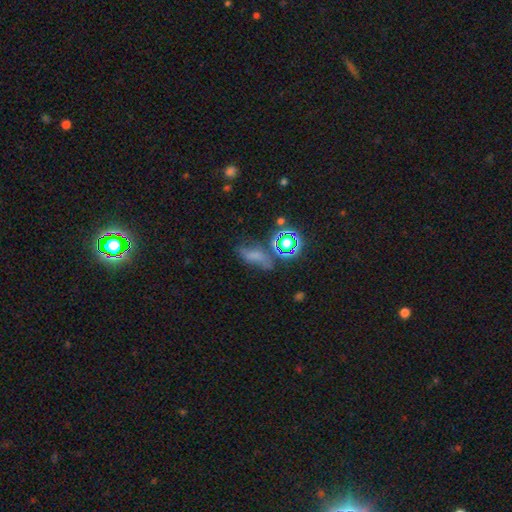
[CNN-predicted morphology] Smooth or featured? smooth (53%)
How rounded? in between (62%)
Merging? none (51%)